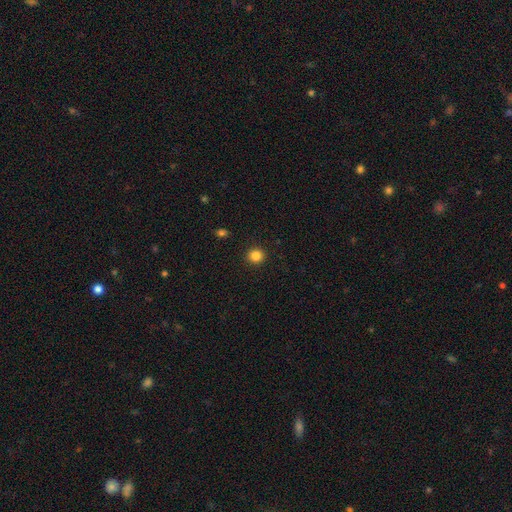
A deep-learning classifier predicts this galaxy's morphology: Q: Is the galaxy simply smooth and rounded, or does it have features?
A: smooth — 84%.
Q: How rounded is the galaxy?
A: round — 92%.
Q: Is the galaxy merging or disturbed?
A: none — 92%.